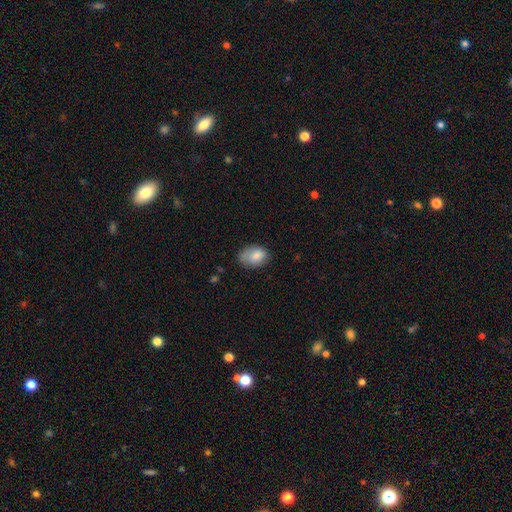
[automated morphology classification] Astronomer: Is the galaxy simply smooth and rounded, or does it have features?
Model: smooth — 79%.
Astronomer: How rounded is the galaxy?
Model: in between — 83%.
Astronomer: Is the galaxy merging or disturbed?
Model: none — 57%.